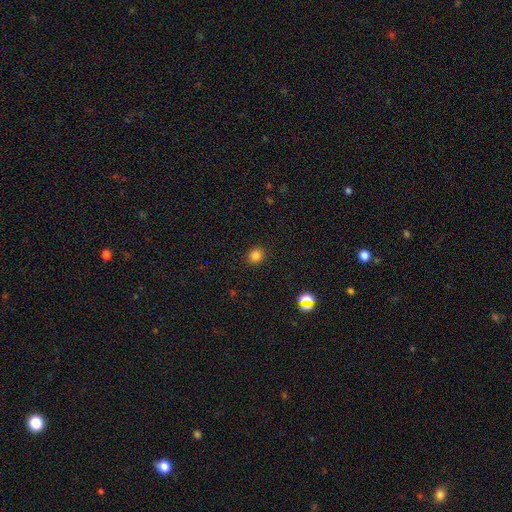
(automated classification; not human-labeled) Smooth or featured: smooth — 82% (star or artifact — 14%)
How rounded: round — 82% (in between — 17%)
Merging: none — 89% (minor disturbance — 7%)